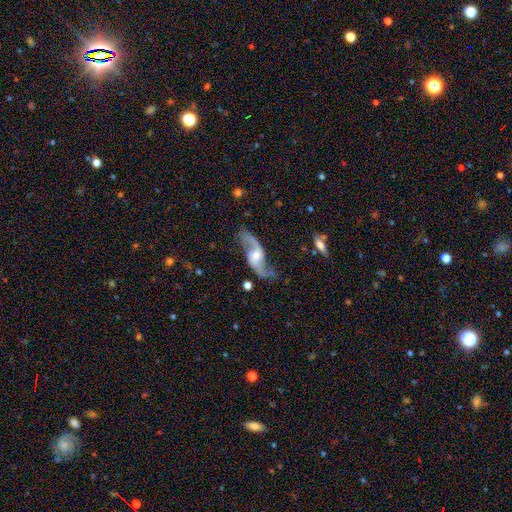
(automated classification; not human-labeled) Smooth or featured? Predicted: featured or disk (p=0.88). Edge-on disk? Predicted: no (p=0.93). Bar? Predicted: no (p=0.49). Spiral arms? Predicted: yes (p=0.96). Spiral winding? Predicted: loose (p=0.80). Spiral arm count? Predicted: 2 (p=0.93). Bulge size? Predicted: moderate (p=0.50). Merging? Predicted: none (p=0.72).